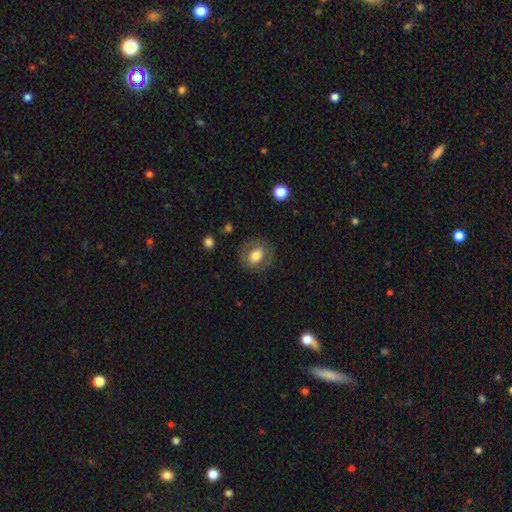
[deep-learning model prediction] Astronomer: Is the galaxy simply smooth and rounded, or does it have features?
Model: smooth — 64%.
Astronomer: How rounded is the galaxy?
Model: round — 60% (runner-up: in between, 38%).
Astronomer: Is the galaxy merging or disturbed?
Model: none — 78%.